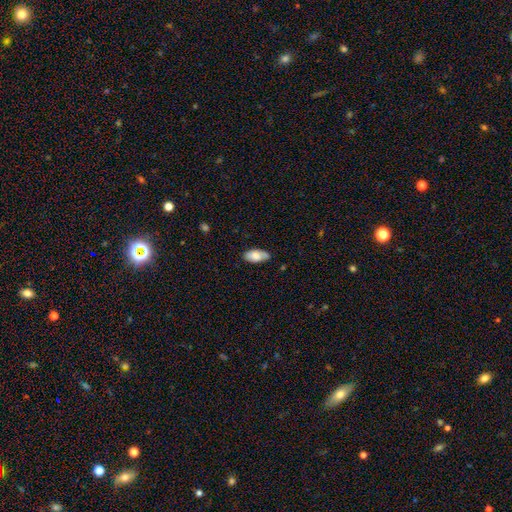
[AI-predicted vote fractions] A smooth galaxy with no disk features (78%) that is in between round and cigar-shaped (92%).

Vote fractions:
- Smooth or featured? smooth: 78% / featured or disk: 15% / star or artifact: 7%
- How rounded? in between: 92% / cigar-shaped: 6% / round: 2%
- Merging? none: 73% / minor disturbance: 22% / major disturbance: 3% / merger: 2%